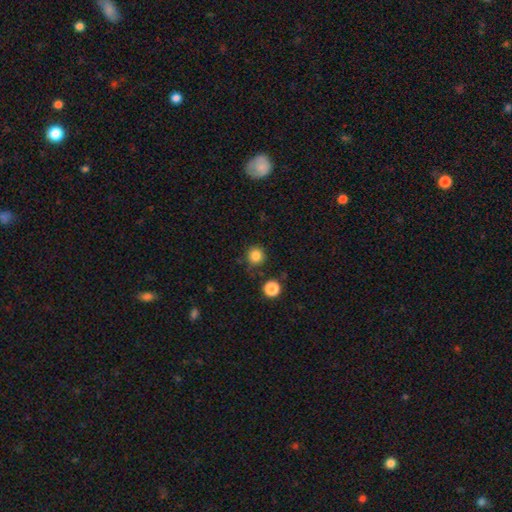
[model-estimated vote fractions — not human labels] Smooth or featured: smooth — 84% (star or artifact — 12%)
How rounded: round — 93% (in between — 6%)
Merging: none — 80% (minor disturbance — 13%)